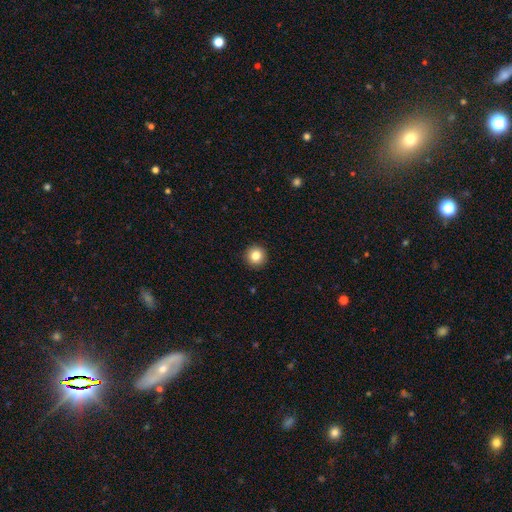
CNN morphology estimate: This is clearly a smooth galaxy (83%). How rounded: clearly round (95%). Merging: clearly none (93%).